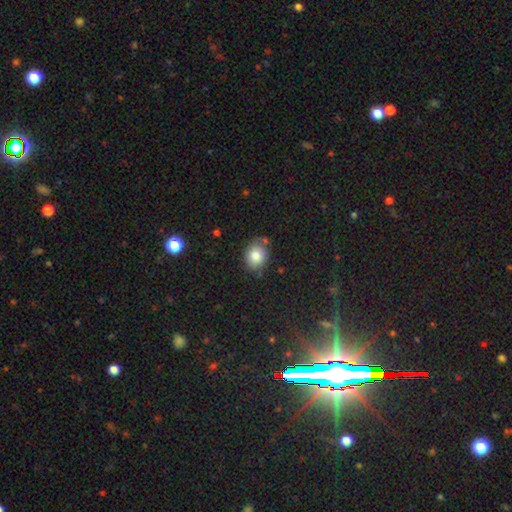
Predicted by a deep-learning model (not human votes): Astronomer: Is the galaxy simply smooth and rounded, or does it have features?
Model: smooth — 82%.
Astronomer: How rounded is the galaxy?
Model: round — 52% (runner-up: in between, 47%).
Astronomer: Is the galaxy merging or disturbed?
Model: none — 73%.